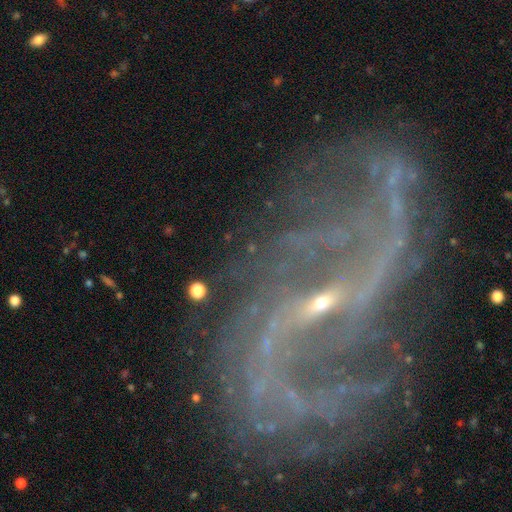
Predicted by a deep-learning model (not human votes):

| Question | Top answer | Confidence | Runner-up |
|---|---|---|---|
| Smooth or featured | featured or disk | 90% | star or artifact (7%) |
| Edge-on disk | no | 97% | yes (3%) |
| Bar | weak | 43% | strong (36%) |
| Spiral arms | yes | 96% | no (4%) |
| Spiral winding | loose | 58% | medium (31%) |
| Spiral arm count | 2 | 65% | can't tell (9%) |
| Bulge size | small | 82% | moderate (9%) |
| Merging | none | 60% | major disturbance (19%) |